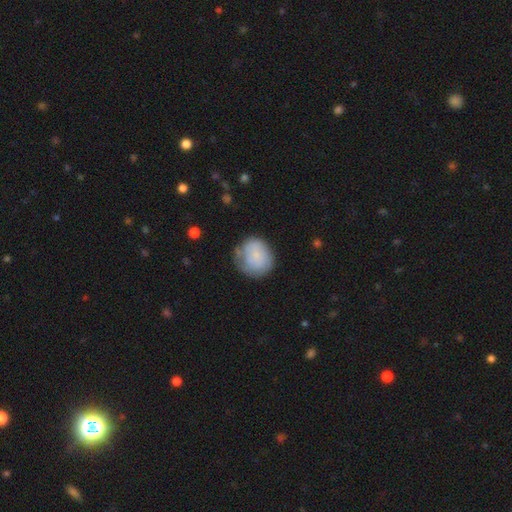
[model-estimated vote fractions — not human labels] This is likely a smooth galaxy (64%). How rounded: likely round (80%). Merging: possibly none (58%).